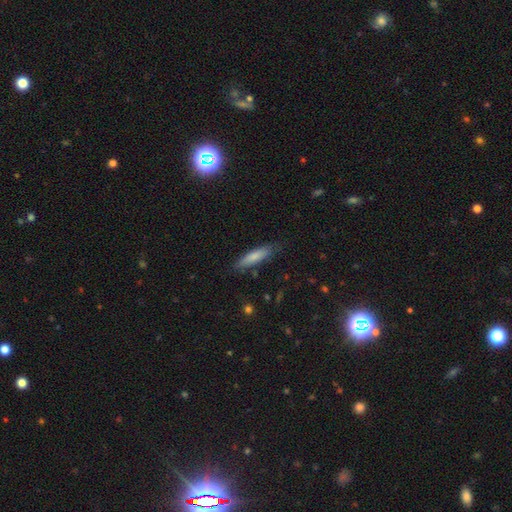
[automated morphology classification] Q: Smooth or featured?
A: smooth (71%); runner-up: featured or disk (20%)
Q: How rounded?
A: cigar-shaped (82%); runner-up: in between (16%)
Q: Merging?
A: none (84%); runner-up: minor disturbance (12%)